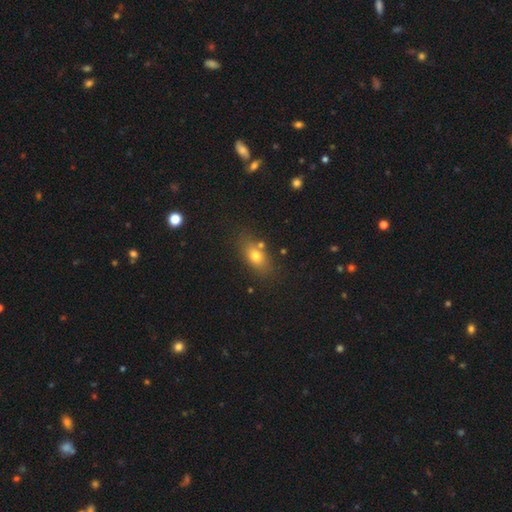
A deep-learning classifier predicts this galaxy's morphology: Smooth or featured? smooth (74%)
How rounded? in between (76%)
Merging? none (74%)